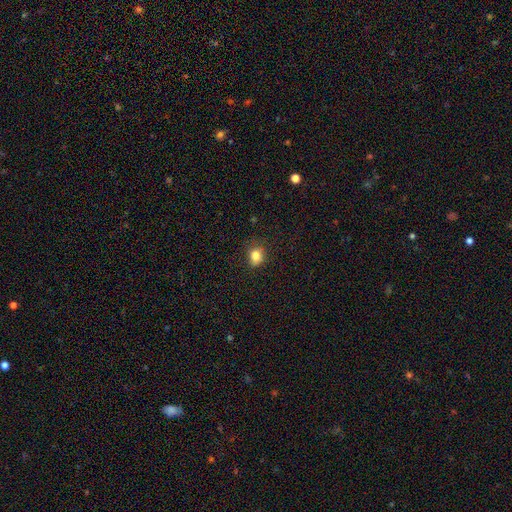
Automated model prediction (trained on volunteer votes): This is clearly a smooth galaxy (82%). How rounded: possibly round (59%). Merging: likely none (77%).